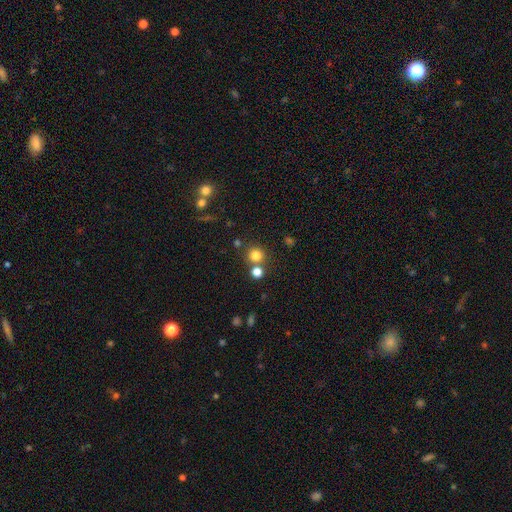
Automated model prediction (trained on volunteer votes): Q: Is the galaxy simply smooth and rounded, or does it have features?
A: smooth — 78%.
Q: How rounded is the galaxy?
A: round — 91%.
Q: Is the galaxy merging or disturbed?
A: none — 71%.